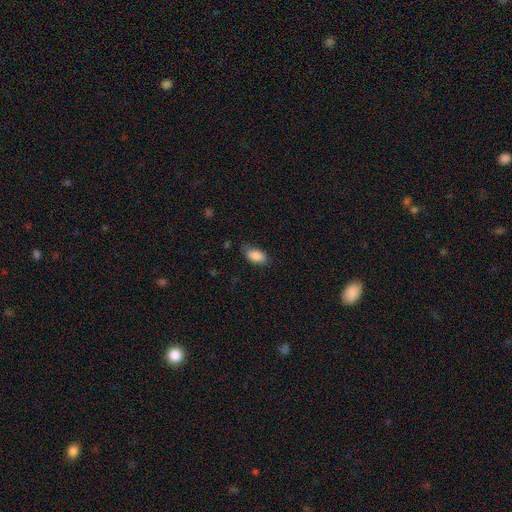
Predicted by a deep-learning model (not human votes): A smooth galaxy with no disk features (87%) that is in between round and cigar-shaped (92%).

Vote fractions:
- Smooth or featured? smooth: 87% / star or artifact: 7% / featured or disk: 6%
- How rounded? in between: 92% / cigar-shaped: 4% / round: 4%
- Merging? none: 72% / minor disturbance: 22% / major disturbance: 5% / merger: 1%